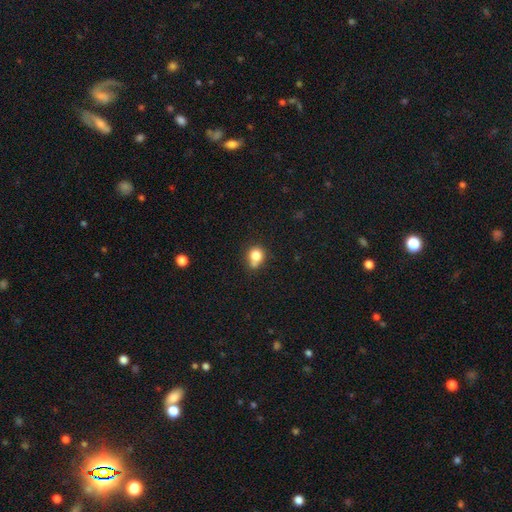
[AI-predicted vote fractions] Q: Smooth or featured?
A: smooth (79%); runner-up: star or artifact (11%)
Q: How rounded?
A: round (77%); runner-up: in between (22%)
Q: Merging?
A: none (51%); runner-up: merger (23%)